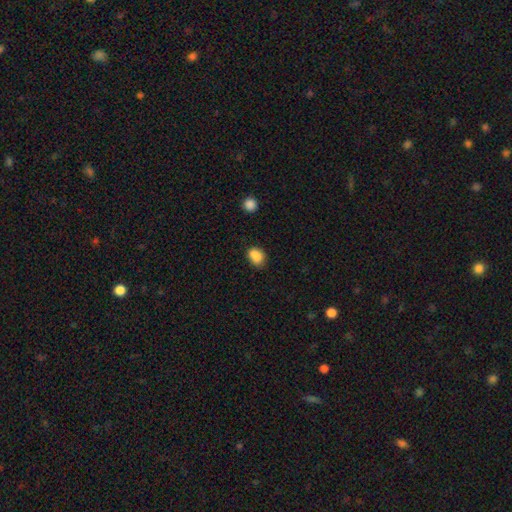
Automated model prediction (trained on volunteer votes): smooth-or-featured: smooth: 85% | star or artifact: 10% | featured or disk: 5%
  how-rounded: in between: 64% | round: 35% | cigar-shaped: 1%
  merging: none: 62% | minor disturbance: 23% | merger: 10% | major disturbance: 5%